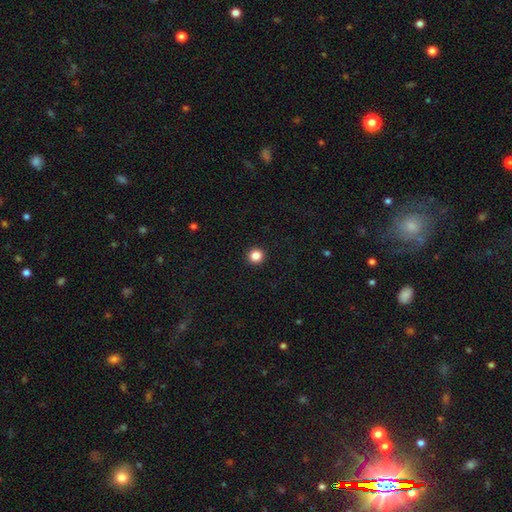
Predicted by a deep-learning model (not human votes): smooth 85%, star or artifact 11%, featured or disk 4%. Down the decision tree: how rounded — round (95%); merging — none (94%).